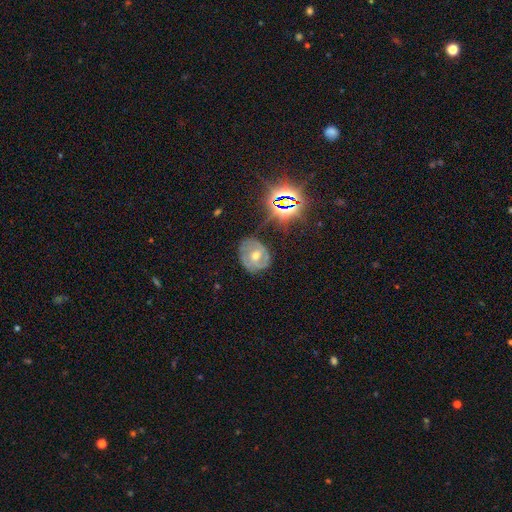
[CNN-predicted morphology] A featured or disk galaxy (62%) with no bar (62%), spiral arms (70%) and a moderate central bulge (74%).

Vote fractions:
- Smooth or featured? featured or disk: 62% / smooth: 19% / star or artifact: 18%
- Edge-on disk? no: 96% / yes: 4%
- Bar? no: 62% / weak: 28% / strong: 11%
- Spiral arms? yes: 70% / no: 30%
- Bulge size? moderate: 74% / small: 21% / large: 3% / none: 1% / dominant: 1%
- Merging? none: 68% / minor disturbance: 22% / major disturbance: 8% / merger: 2%